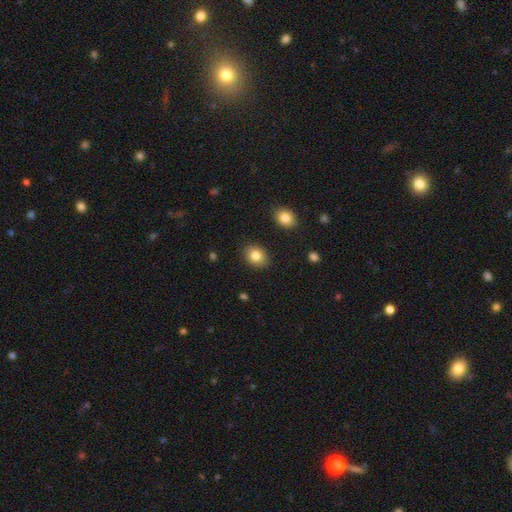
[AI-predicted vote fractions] Smooth or featured?
  - smooth: 82% *
  - star or artifact: 9%
  - featured or disk: 9%
How rounded?
  - in between: 56% *
  - round: 44%
  - cigar-shaped: 1%
Merging?
  - none: 88% *
  - minor disturbance: 9%
  - major disturbance: 2%
  - merger: 2%